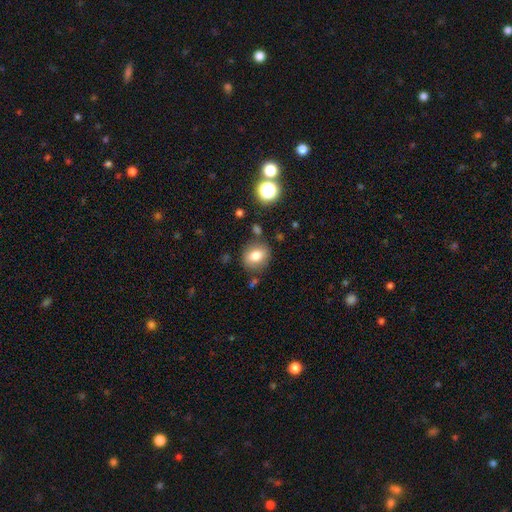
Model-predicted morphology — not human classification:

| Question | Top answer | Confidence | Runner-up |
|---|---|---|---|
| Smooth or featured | smooth | 77% | featured or disk (12%) |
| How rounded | round | 63% | in between (36%) |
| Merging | none | 80% | minor disturbance (12%) |